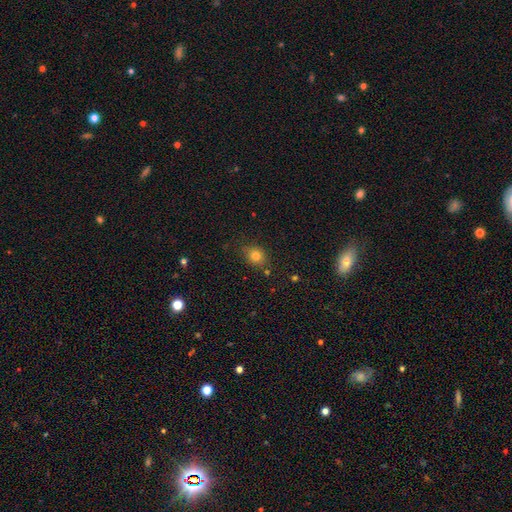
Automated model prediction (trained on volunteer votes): smooth 78%, star or artifact 14%, featured or disk 8%. Down the decision tree: how rounded — round (64%); merging — none (78%).